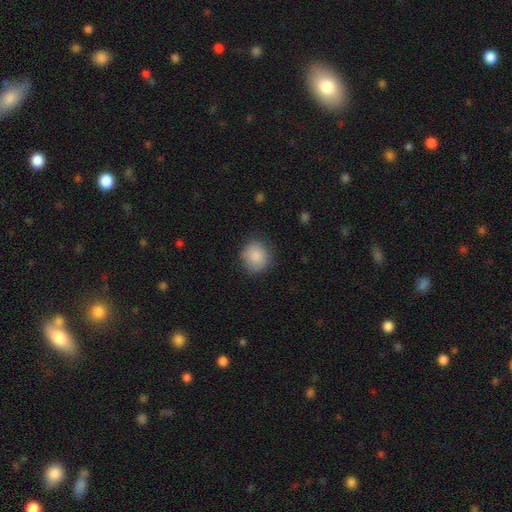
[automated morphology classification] smooth 87%, star or artifact 7%, featured or disk 5%. Down the decision tree: how rounded — round (87%); merging — none (81%).